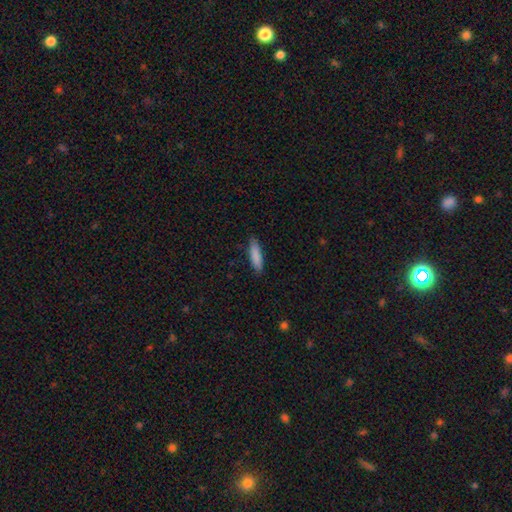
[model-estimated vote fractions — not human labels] smooth 86%, featured or disk 8%, star or artifact 6%. Down the decision tree: how rounded — cigar-shaped (66%); merging — none (85%).